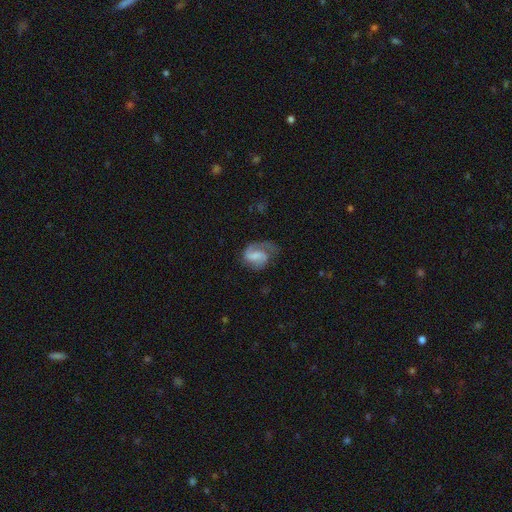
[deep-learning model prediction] A featured or disk galaxy (75%) with a weak bar (49%), 2 (67%) medium (49%) spiral arms (93%) and no central bulge (36%). Merging: none (50%).